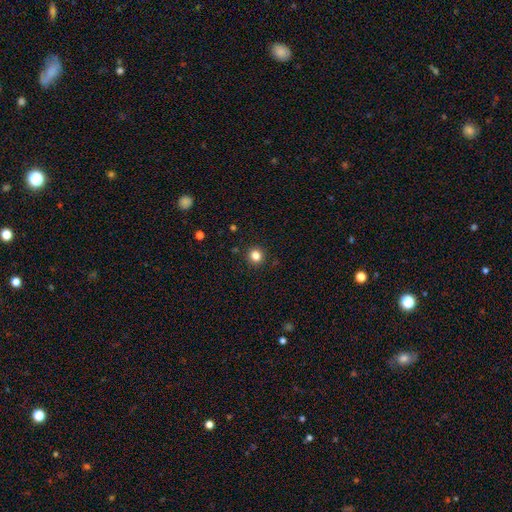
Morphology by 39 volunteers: This is clearly a smooth galaxy (90%). How rounded: clearly round (97%). Merging: clearly none (97%).